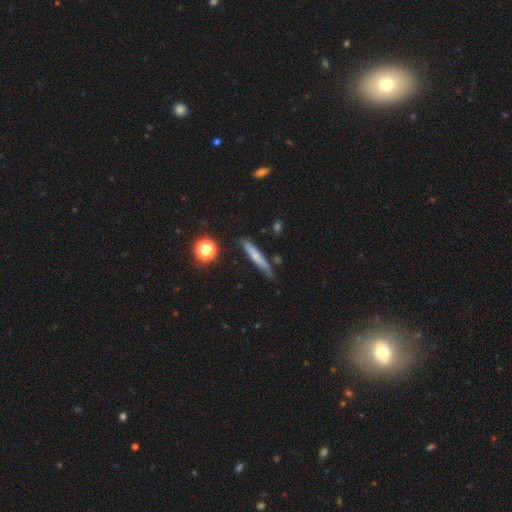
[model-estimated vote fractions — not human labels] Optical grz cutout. It shows a smooth galaxy with no disk features (60%) that is cigar-shaped (90%). Merging: none (76%).